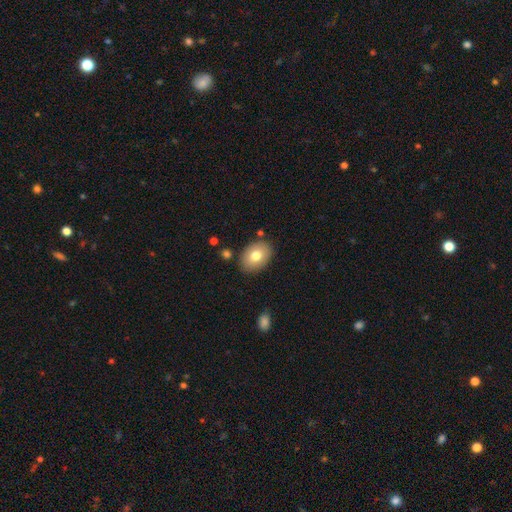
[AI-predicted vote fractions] A smooth galaxy with no disk features (75%) that is in between round and cigar-shaped (78%). Merging: none (84%).